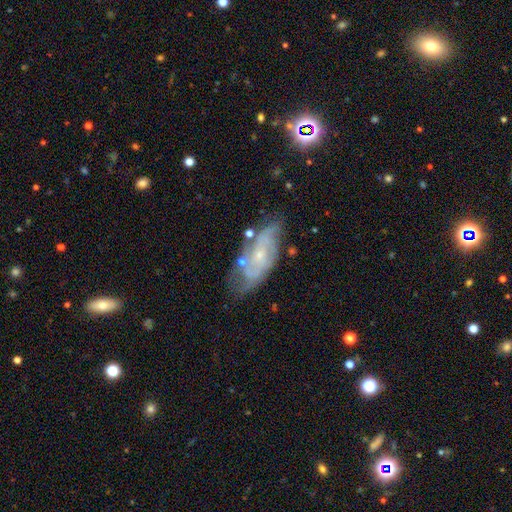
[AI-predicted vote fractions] Morphology: type=featured or disk (69%); edge-on=no (83%); bar=no (62%); spiral arms=yes (82%); bulge=small (73%); merging=none (69%).